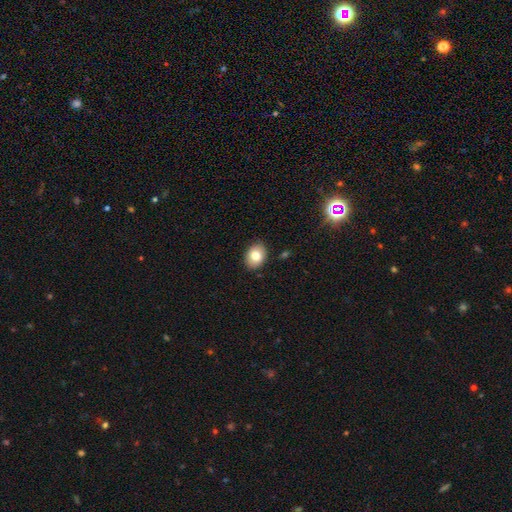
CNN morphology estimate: Overall: smooth (79%). How rounded: in between (65%; round 34%). Merging: none (86%).